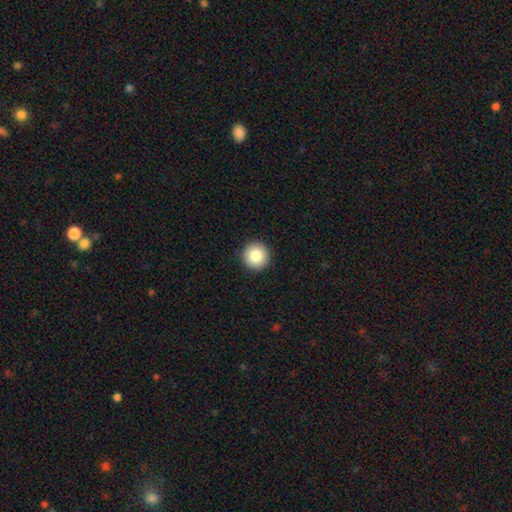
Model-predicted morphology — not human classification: Smooth or featured: smooth — 85% (star or artifact — 9%)
How rounded: round — 96% (in between — 3%)
Merging: none — 93% (minor disturbance — 5%)